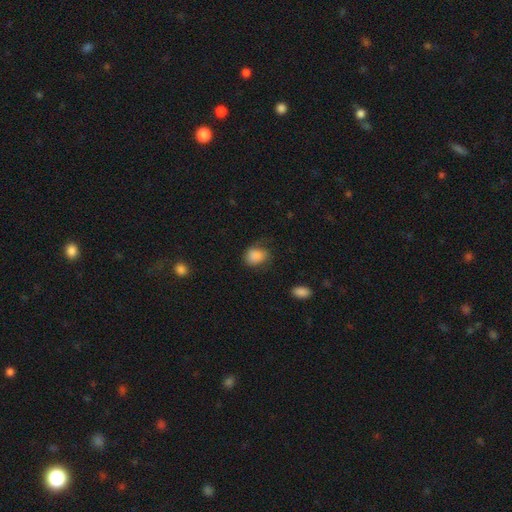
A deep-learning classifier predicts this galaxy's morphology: Smooth or featured?
  - smooth: 86% *
  - star or artifact: 8%
  - featured or disk: 6%
How rounded?
  - in between: 55% *
  - round: 44%
  - cigar-shaped: 1%
Merging?
  - none: 57% *
  - minor disturbance: 29%
  - major disturbance: 12%
  - merger: 2%